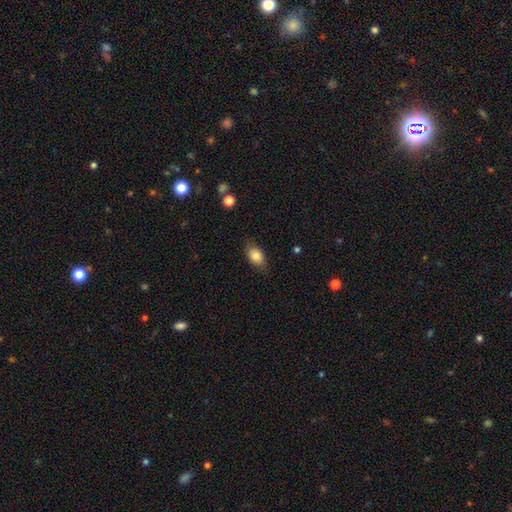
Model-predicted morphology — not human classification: A smooth galaxy with no disk features (81%) that is in between round and cigar-shaped (84%). Merging: none (76%).